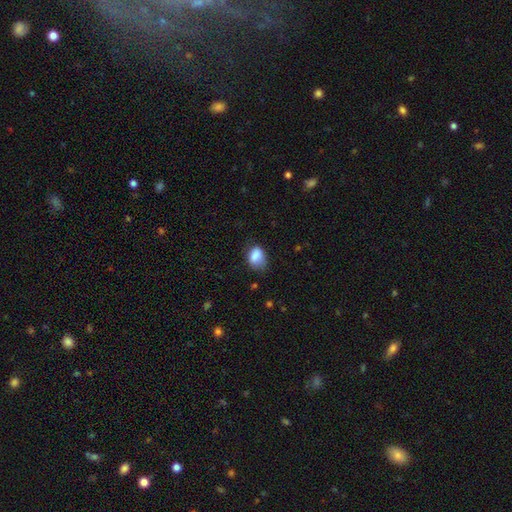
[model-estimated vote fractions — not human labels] Smooth or featured? smooth (84%)
How rounded? in between (74%)
Merging? none (52%)